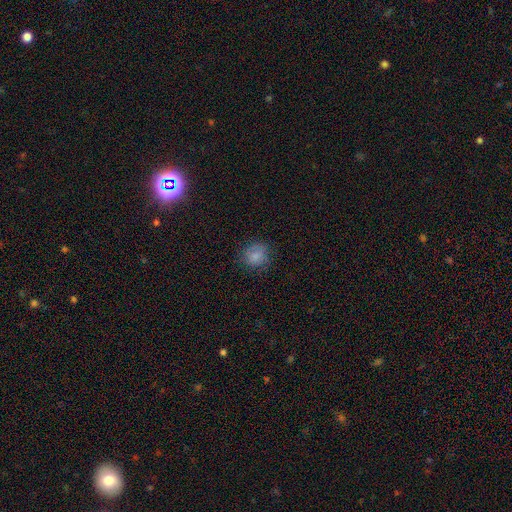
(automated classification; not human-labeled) smooth_or_featured: smooth (p=0.79) [alt: star or artifact p=0.11]
how_rounded: round (p=0.76) [alt: in between p=0.23]
merging: none (p=0.76) [alt: minor disturbance p=0.17]